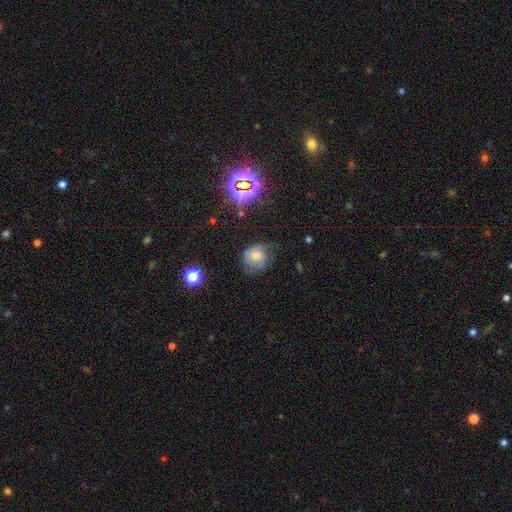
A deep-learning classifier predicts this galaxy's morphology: Overall: featured or disk (43%; smooth 40%). Merging: none (51%; minor disturbance 30%).